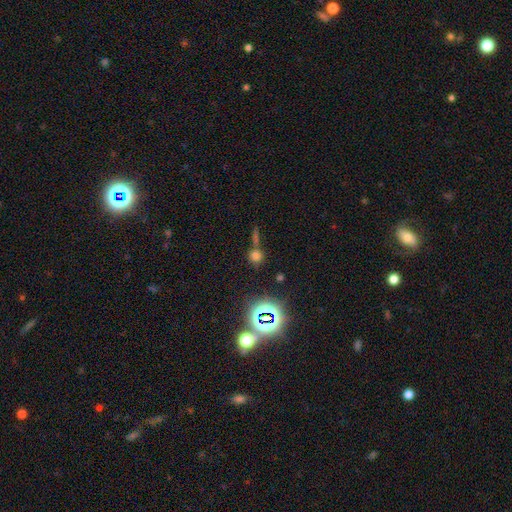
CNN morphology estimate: This appears to be a smooth galaxy with no disk features (62%) that is round (86%). Merging: none (61%).